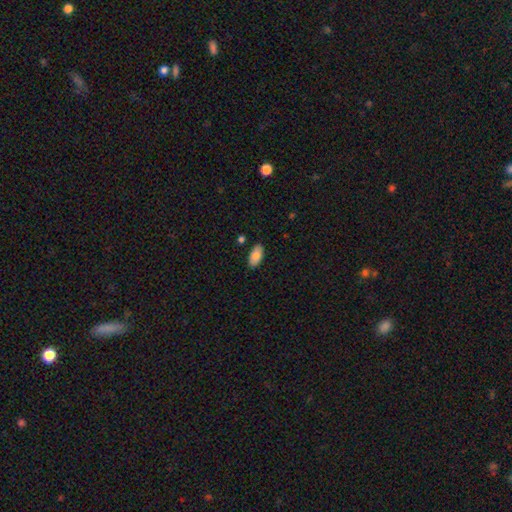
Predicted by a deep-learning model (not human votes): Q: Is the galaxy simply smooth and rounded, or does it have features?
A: smooth — 81%.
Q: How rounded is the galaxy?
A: in between — 93%.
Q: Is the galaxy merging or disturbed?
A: none — 87%.